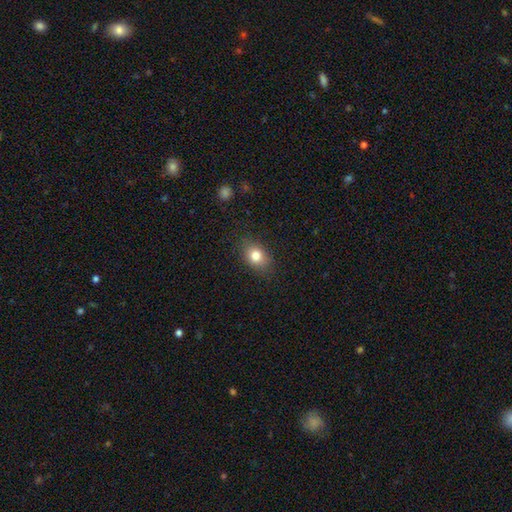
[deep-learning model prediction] smooth-or-featured: smooth: 81% | featured or disk: 10% | star or artifact: 10%
  how-rounded: in between: 69% | round: 29% | cigar-shaped: 2%
  merging: none: 83% | minor disturbance: 12% | major disturbance: 3% | merger: 1%